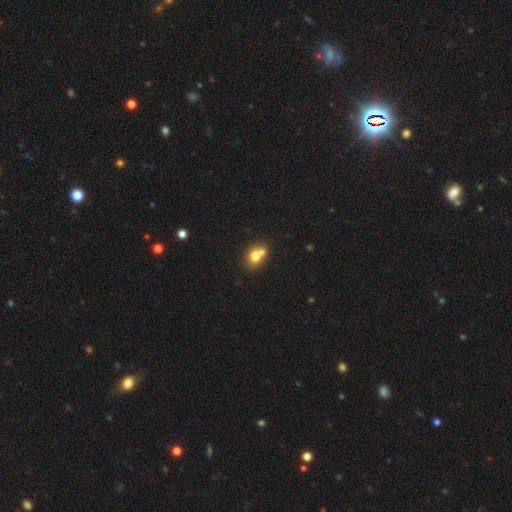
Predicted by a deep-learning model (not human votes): smooth_or_featured: smooth (p=0.74) [alt: featured or disk p=0.15]
how_rounded: round (p=0.65) [alt: in between p=0.34]
merging: merger (p=0.47) [alt: none p=0.42]